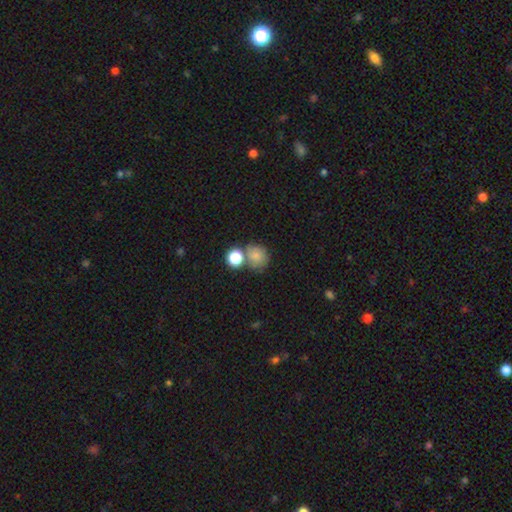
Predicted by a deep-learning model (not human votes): smooth 78%, star or artifact 12%, featured or disk 9%. Down the decision tree: how rounded — round (76%); merging — none (52%).